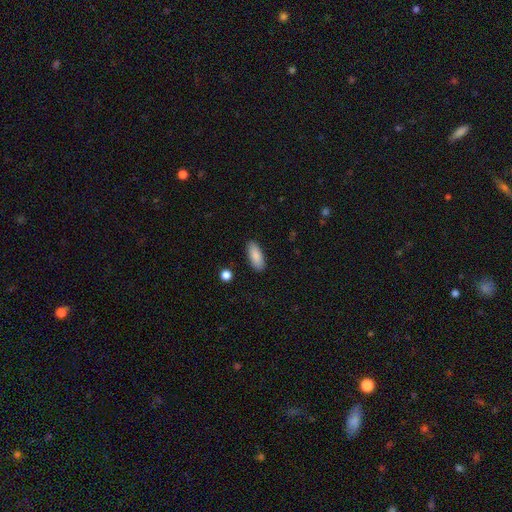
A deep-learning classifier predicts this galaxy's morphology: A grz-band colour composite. It shows a smooth galaxy with no disk features (88%) that is in between round and cigar-shaped (82%). Merging: none (88%).